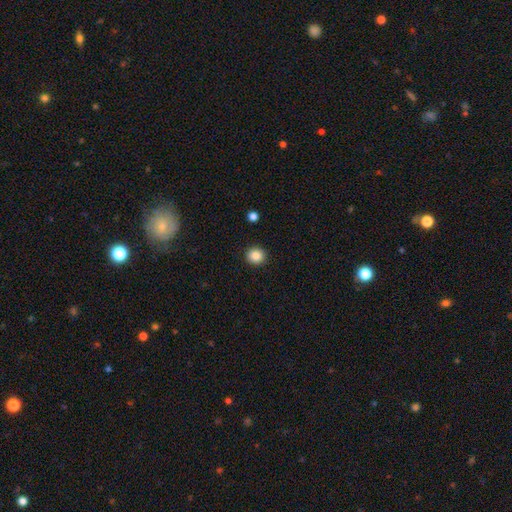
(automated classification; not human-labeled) Smooth or featured?
  - smooth: 86% *
  - star or artifact: 10%
  - featured or disk: 4%
How rounded?
  - round: 88% *
  - in between: 11%
  - cigar-shaped: 1%
Merging?
  - none: 92% *
  - minor disturbance: 5%
  - major disturbance: 2%
  - merger: 1%